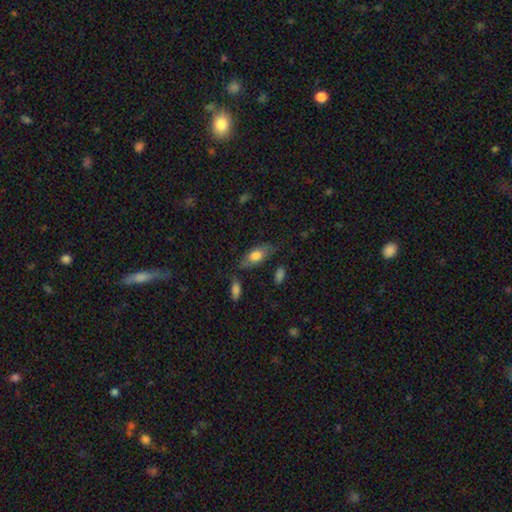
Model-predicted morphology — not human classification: Smooth or featured? Predicted: smooth (p=0.72). How rounded? Predicted: in between (p=0.84). Merging? Predicted: none (p=0.66).